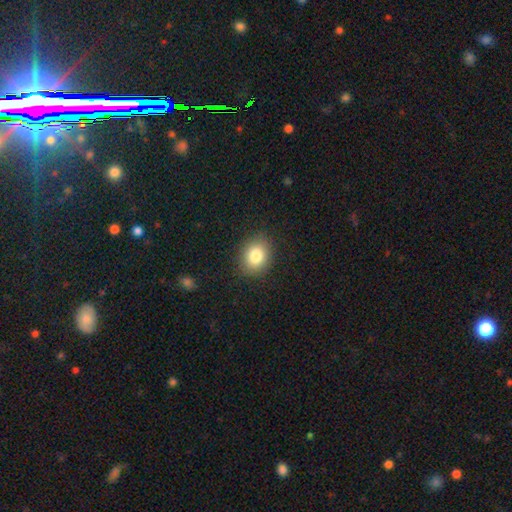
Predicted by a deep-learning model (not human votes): This appears to be a smooth galaxy with no disk features (82%) that is round (57%). Merging: none (88%).